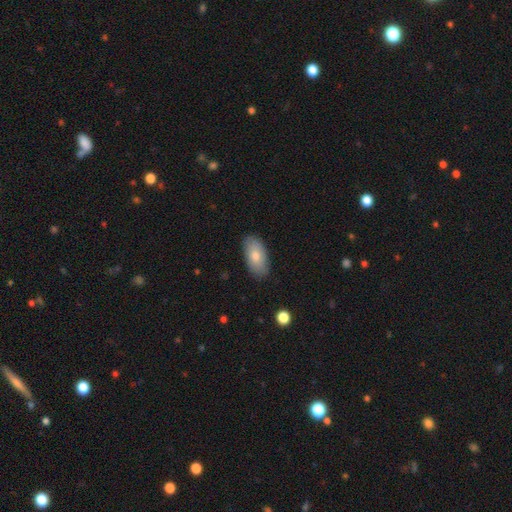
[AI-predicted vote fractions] A smooth galaxy with no disk features (78%) that is in between round and cigar-shaped (94%).

Vote fractions:
- Smooth or featured? smooth: 78% / featured or disk: 16% / star or artifact: 6%
- How rounded? in between: 94% / cigar-shaped: 3% / round: 3%
- Merging? none: 85% / minor disturbance: 12% / major disturbance: 2% / merger: 1%